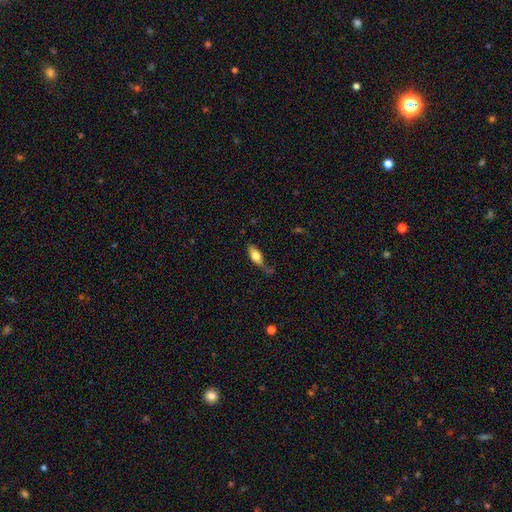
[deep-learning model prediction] Morphology: type=smooth (68%); roundness=in between (75%); merging=none (52%).